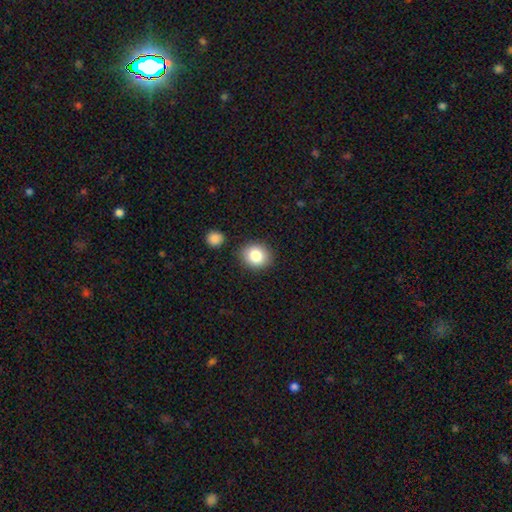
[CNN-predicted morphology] This appears to be a smooth galaxy with no disk features (83%) that is round (70%). Merging: none (86%).